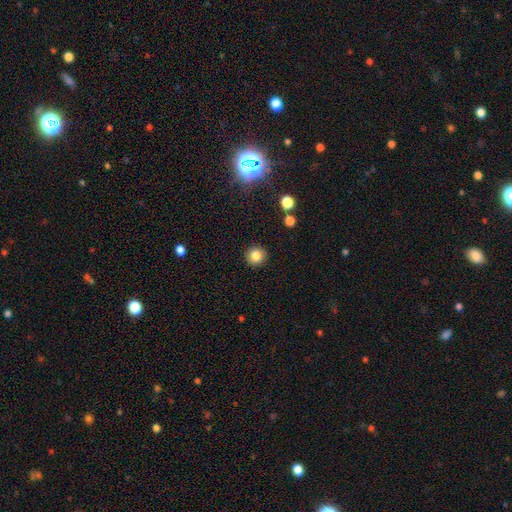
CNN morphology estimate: smooth_or_featured: smooth (p=0.83) [alt: star or artifact p=0.11]
how_rounded: round (p=0.93) [alt: in between p=0.06]
merging: none (p=0.92) [alt: minor disturbance p=0.05]